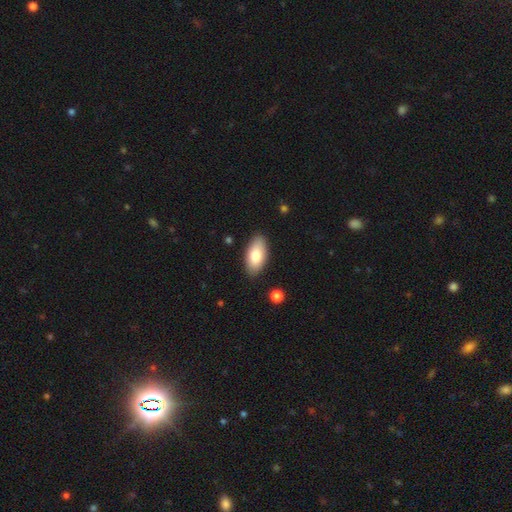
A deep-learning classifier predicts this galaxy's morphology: The model was most divided on "smooth or featured": smooth: 78%, featured or disk: 15%, star or artifact: 6%. More confident: how rounded — in between (93%); merging — none (88%).